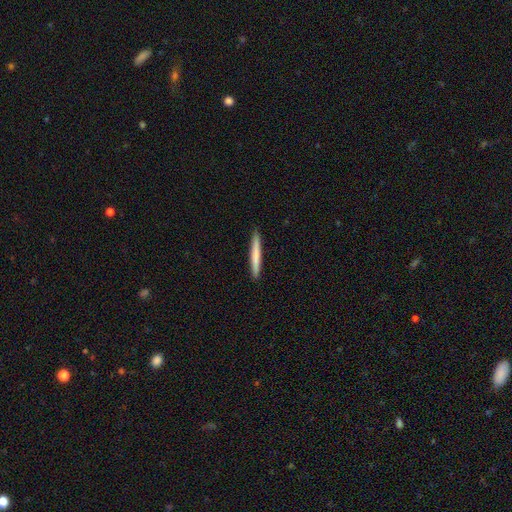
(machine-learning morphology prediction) This appears to be a smooth galaxy with no disk features (71%) that is cigar-shaped (97%). Merging: none (92%).